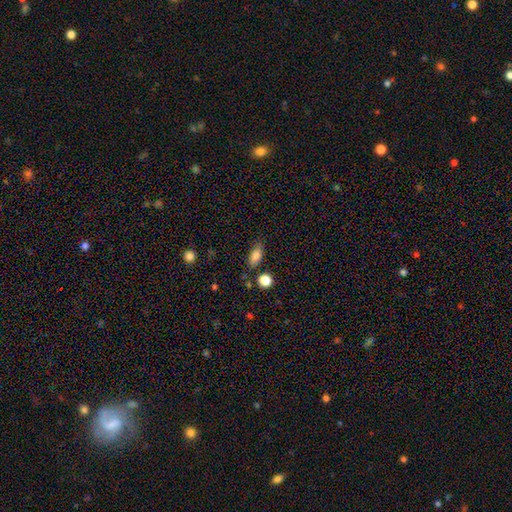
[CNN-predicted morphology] type=smooth (84%); roundness=in between (82%); merging=none (72%).